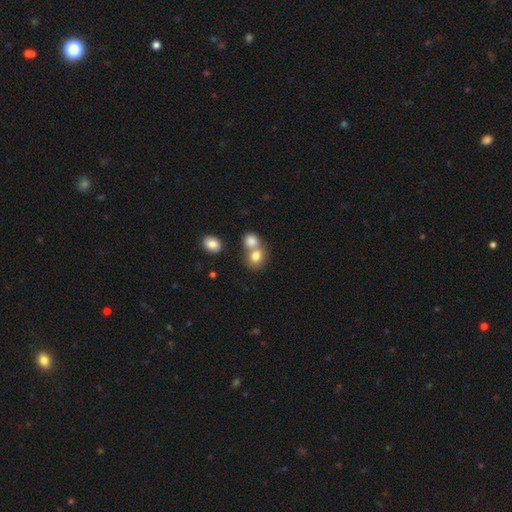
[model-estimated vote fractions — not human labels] Morphology: type=smooth (79%); roundness=round (72%); merging=merger (50%).